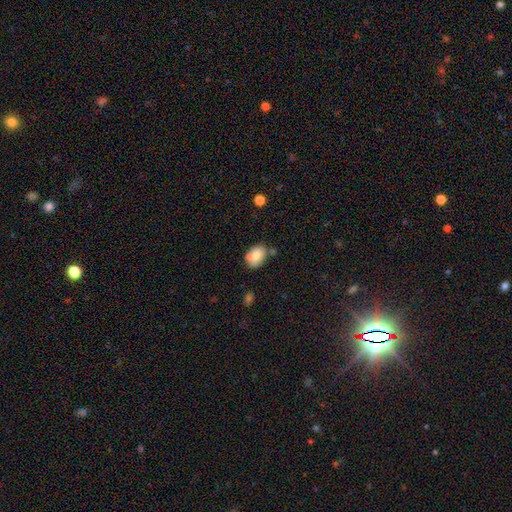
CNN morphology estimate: smooth-or-featured: smooth: 77% | featured or disk: 15% | star or artifact: 9%
  how-rounded: in between: 76% | round: 23% | cigar-shaped: 1%
  merging: none: 56% | merger: 20% | minor disturbance: 19% | major disturbance: 5%